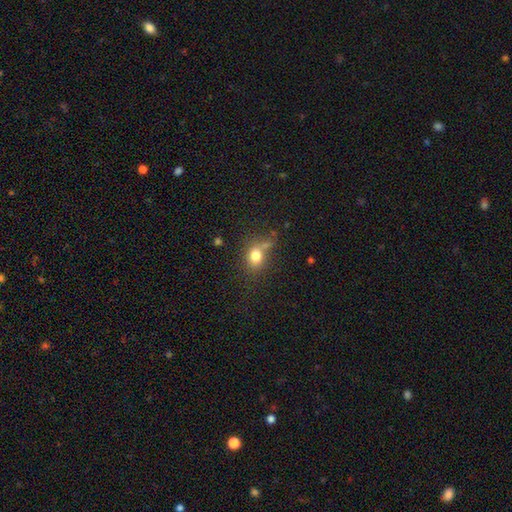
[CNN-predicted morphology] smooth-or-featured: smooth: 78% | star or artifact: 12% | featured or disk: 9%
  how-rounded: round: 53% | in between: 45% | cigar-shaped: 2%
  merging: none: 52% | minor disturbance: 22% | merger: 16% | major disturbance: 11%